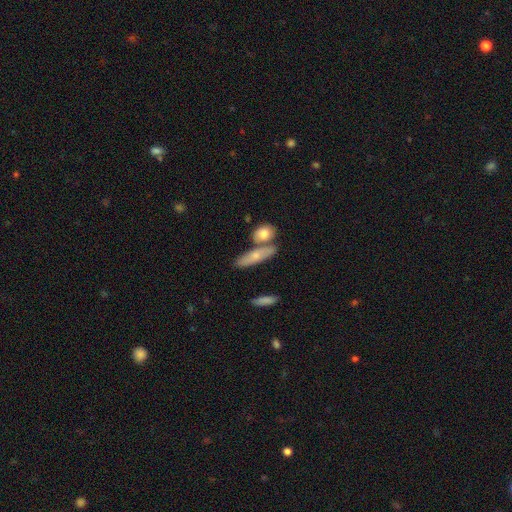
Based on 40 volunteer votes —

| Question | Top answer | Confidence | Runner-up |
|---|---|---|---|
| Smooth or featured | smooth | 70% | featured or disk (28%) |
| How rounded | in between | 54% | cigar-shaped (46%) |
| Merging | none | 51% | merger (31%) |